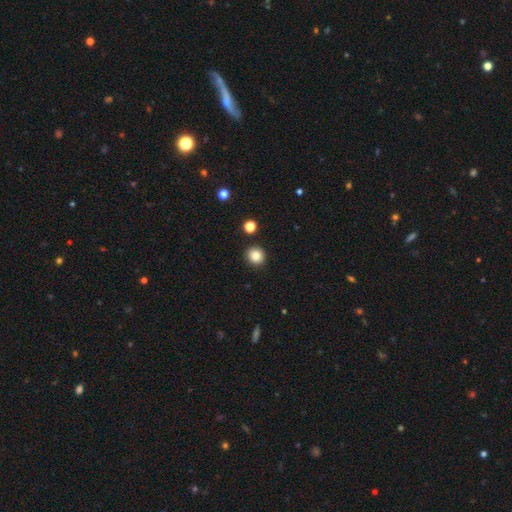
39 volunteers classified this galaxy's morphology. type=smooth (82%); roundness=round (97%); merging=none (100%).